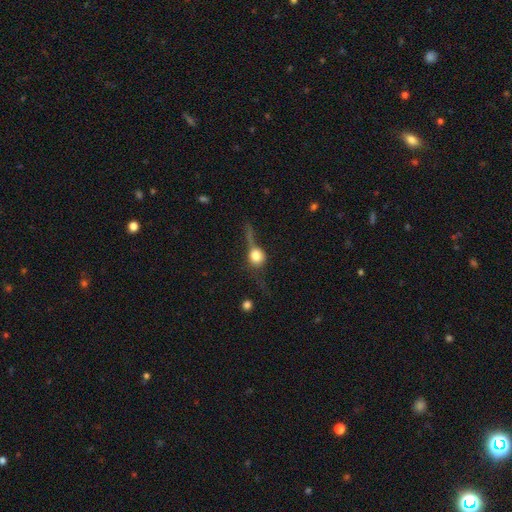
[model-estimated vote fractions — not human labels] A smooth galaxy with no disk features (52%) that is round (76%). Merging: none (40%).